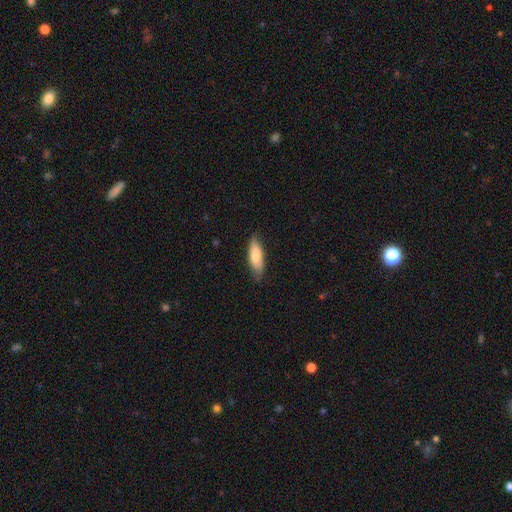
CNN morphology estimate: Q: Smooth or featured?
A: smooth (77%); runner-up: featured or disk (18%)
Q: How rounded?
A: in between (57%); runner-up: cigar-shaped (42%)
Q: Merging?
A: none (76%); runner-up: minor disturbance (20%)